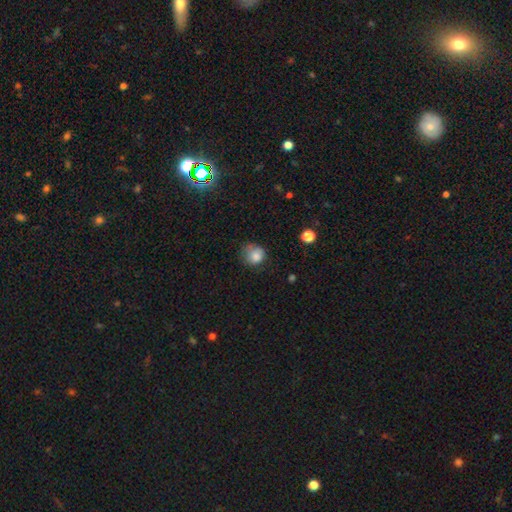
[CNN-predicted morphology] Overall: smooth (81%). How rounded: round (77%). Merging: none (50%; minor disturbance 33%).